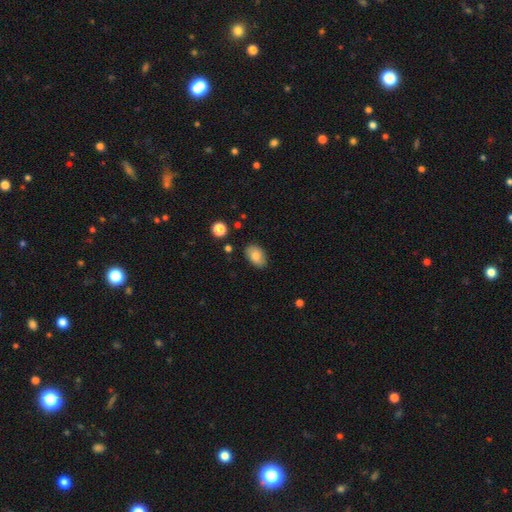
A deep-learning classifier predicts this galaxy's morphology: smooth-or-featured: smooth: 81% | featured or disk: 11% | star or artifact: 8%
  how-rounded: in between: 89% | round: 9% | cigar-shaped: 1%
  merging: none: 84% | minor disturbance: 12% | major disturbance: 2% | merger: 2%